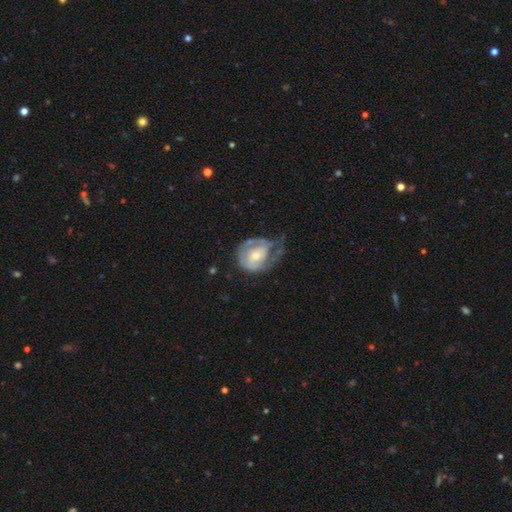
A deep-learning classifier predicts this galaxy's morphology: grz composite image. It shows a featured or disk galaxy (66%) with no bar (71%), spiral arms (69%) and a small central bulge (51%). Merging: major disturbance (36%).